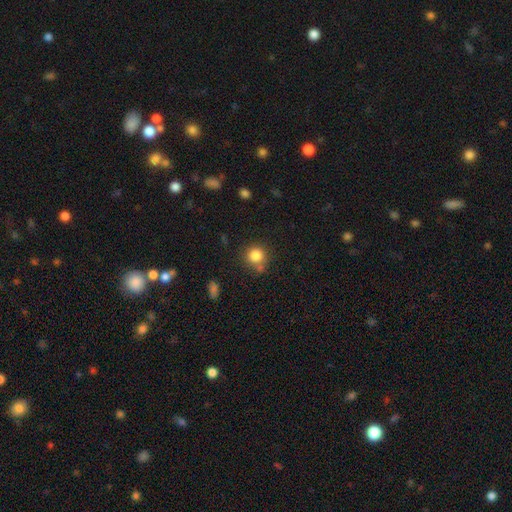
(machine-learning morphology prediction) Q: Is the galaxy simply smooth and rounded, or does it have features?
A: smooth — 83%.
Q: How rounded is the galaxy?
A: round — 91%.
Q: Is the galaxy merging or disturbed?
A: none — 69%.